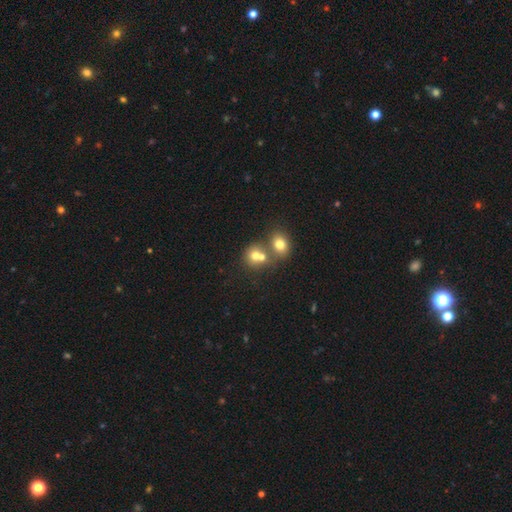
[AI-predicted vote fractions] The model was most divided on "merging": merger: 52%, none: 37%, minor disturbance: 7%, major disturbance: 4%. More confident: how rounded — round (75%); smooth or featured — smooth (70%).